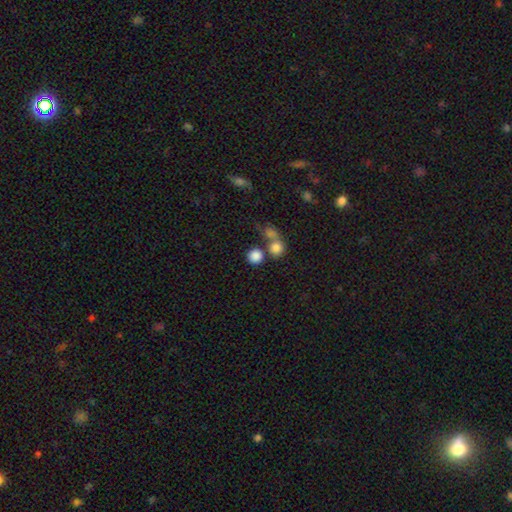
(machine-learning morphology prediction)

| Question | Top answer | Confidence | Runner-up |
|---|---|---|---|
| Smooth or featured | smooth | 83% | star or artifact (11%) |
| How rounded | round | 90% | in between (9%) |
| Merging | none | 62% | merger (26%) |